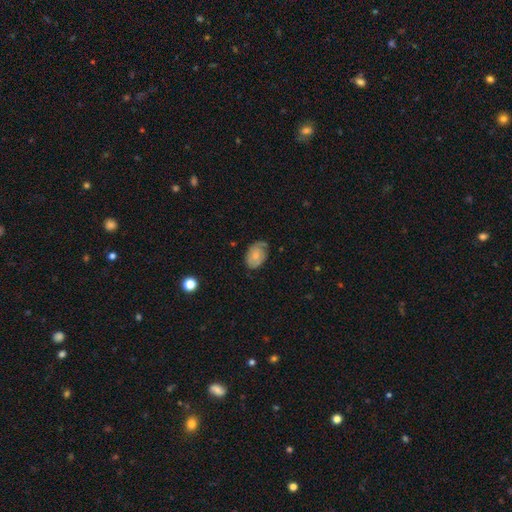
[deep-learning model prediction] smooth_or_featured: smooth (p=0.53) [alt: featured or disk p=0.40]
how_rounded: in between (p=0.83) [alt: round p=0.16]
merging: none (p=0.62) [alt: minor disturbance p=0.28]